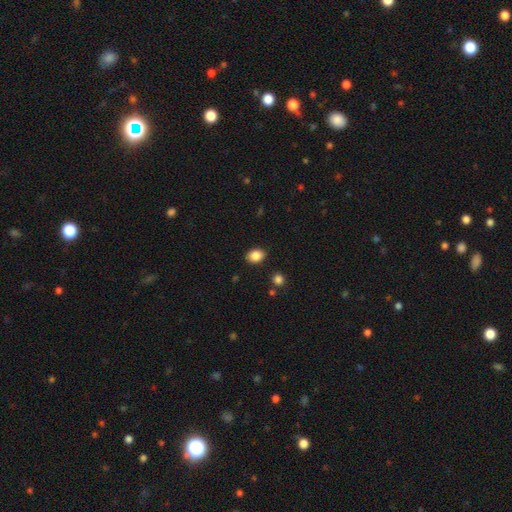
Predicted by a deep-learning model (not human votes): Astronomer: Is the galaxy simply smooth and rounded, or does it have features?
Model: smooth — 86%.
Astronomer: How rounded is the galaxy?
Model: in between — 69%.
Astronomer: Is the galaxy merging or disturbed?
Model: none — 88%.